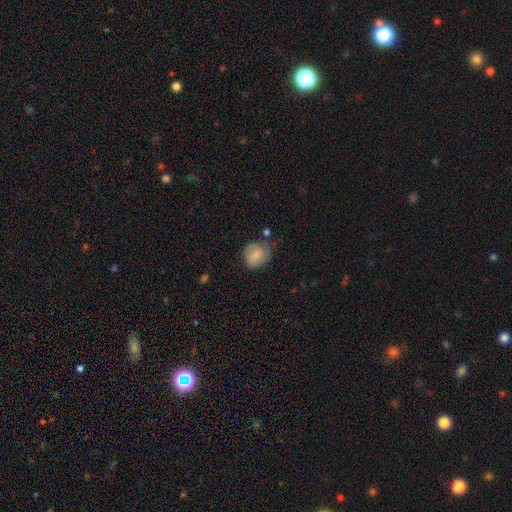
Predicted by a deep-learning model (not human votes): Smooth or featured? smooth (78%)
How rounded? round (79%)
Merging? none (61%)